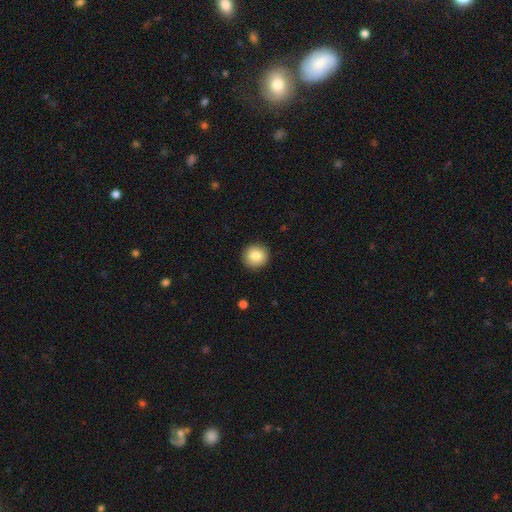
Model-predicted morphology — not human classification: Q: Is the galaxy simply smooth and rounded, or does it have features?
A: smooth — 85%.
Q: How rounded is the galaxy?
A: round — 92%.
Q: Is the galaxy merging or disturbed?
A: none — 91%.